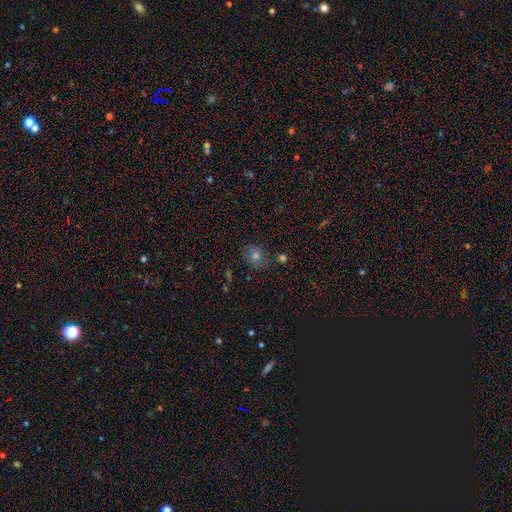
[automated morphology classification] Smooth or featured? smooth (68%)
How rounded? round (67%)
Merging? none (78%)